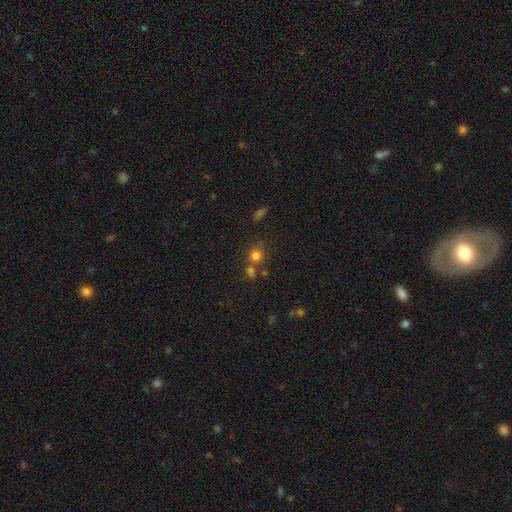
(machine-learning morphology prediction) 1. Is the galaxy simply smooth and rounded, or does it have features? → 74% smooth, 17% star or artifact, 9% featured or disk.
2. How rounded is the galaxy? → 84% round, 14% in between, 1% cigar-shaped.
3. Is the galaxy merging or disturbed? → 57% none, 28% merger, 11% minor disturbance, 5% major disturbance.